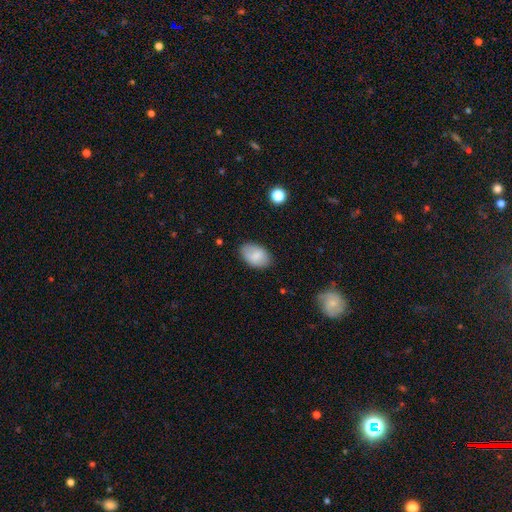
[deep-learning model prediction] Morphology: type=smooth (80%); roundness=in between (91%); merging=none (82%).